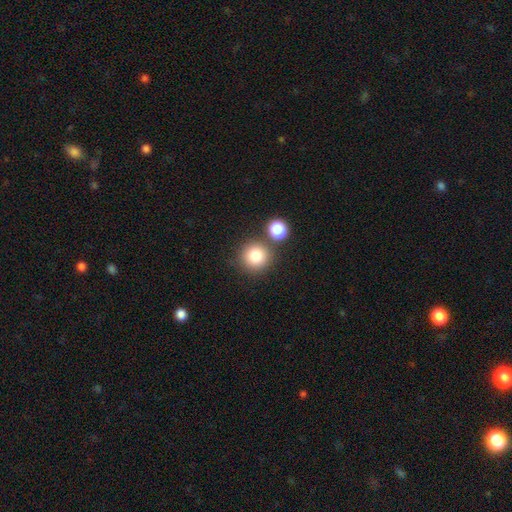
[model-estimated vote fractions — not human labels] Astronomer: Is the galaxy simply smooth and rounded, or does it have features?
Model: smooth — 82%.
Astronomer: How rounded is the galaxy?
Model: round — 93%.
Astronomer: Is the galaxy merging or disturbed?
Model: none — 73%.